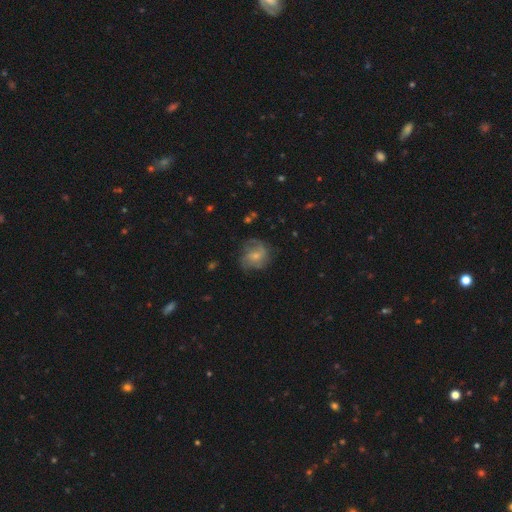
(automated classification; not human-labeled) featured or disk 59%, smooth 32%, star or artifact 9%. Down the decision tree: edge-on disk — no (97%); bar — no (62%); spiral arms — yes (83%); bulge size — small (61%); merging — none (61%).